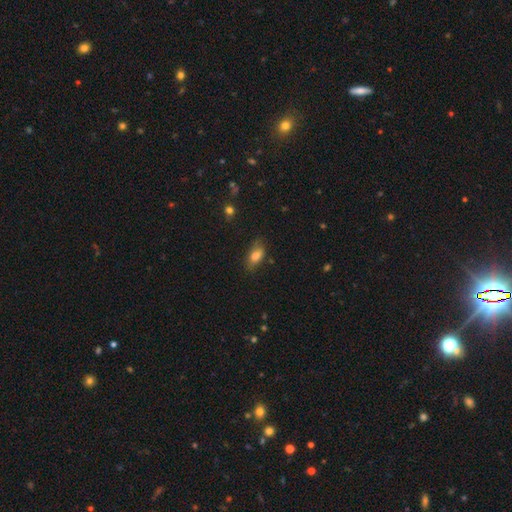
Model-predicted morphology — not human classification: Overall: smooth (78%). How rounded: in between (86%). Merging: none (66%).